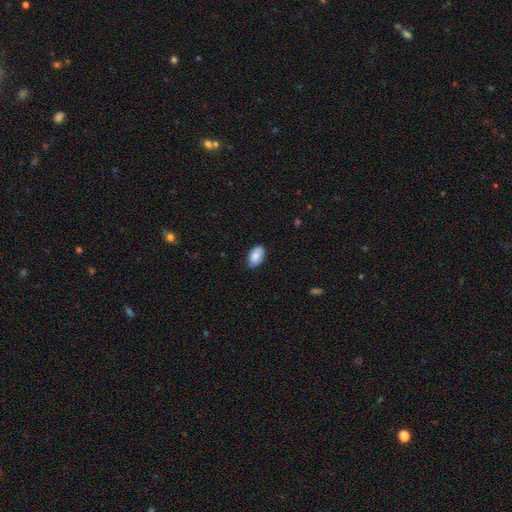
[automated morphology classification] smooth_or_featured: smooth (p=0.86) [alt: featured or disk p=0.07]
how_rounded: in between (p=0.94) [alt: round p=0.05]
merging: none (p=0.79) [alt: minor disturbance p=0.17]